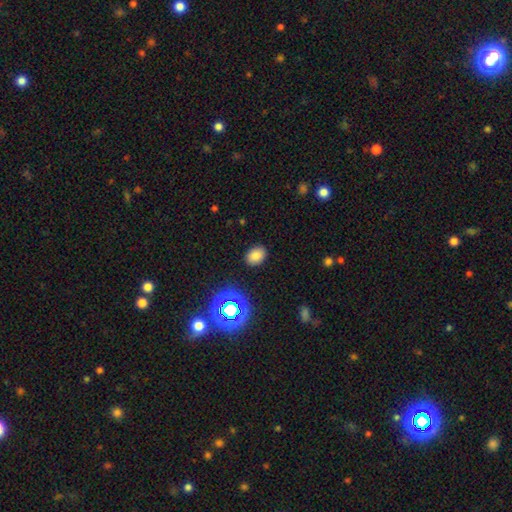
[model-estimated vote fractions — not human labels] Smooth or featured: smooth — 76% (star or artifact — 17%)
How rounded: in between — 69% (round — 30%)
Merging: none — 87% (minor disturbance — 9%)